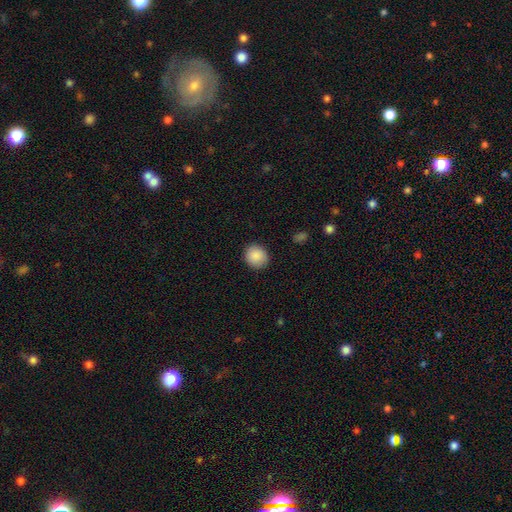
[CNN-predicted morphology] type=smooth (89%); roundness=round (86%); merging=none (89%).